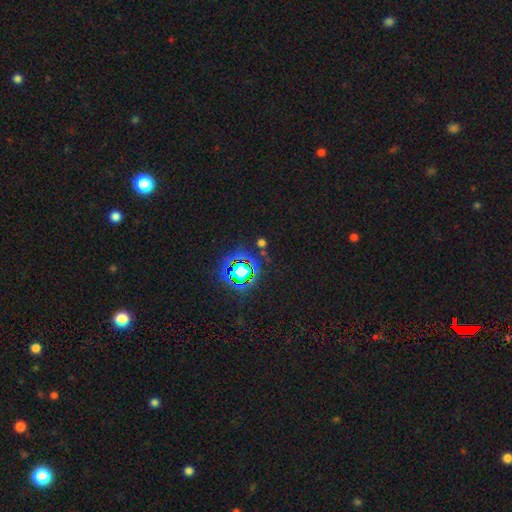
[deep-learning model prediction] Morphology: type=star or artifact (78%).